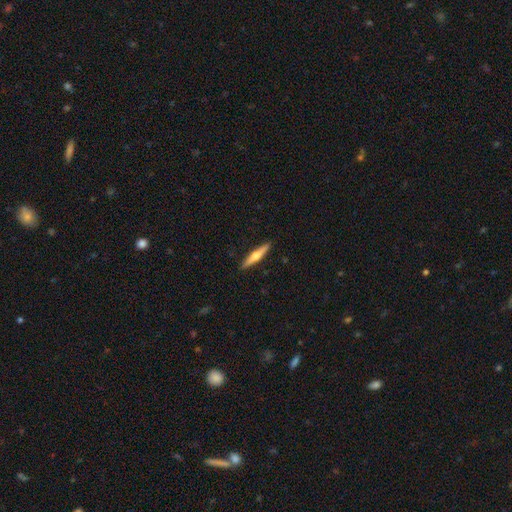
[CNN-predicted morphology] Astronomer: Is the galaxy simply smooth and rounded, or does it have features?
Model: featured or disk — 51% (runner-up: smooth, 44%).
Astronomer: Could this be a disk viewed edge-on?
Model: yes — 96%.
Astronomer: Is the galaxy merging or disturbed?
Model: none — 91%.